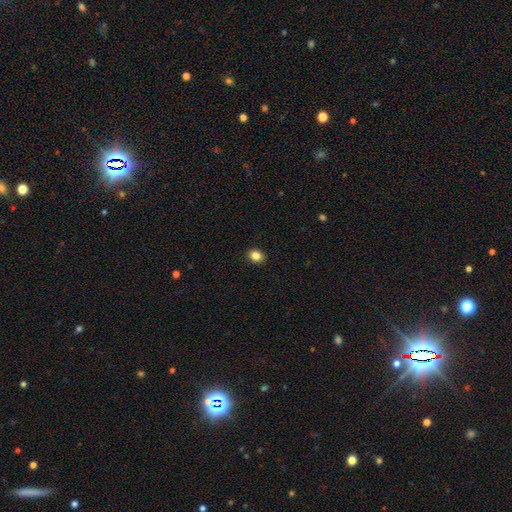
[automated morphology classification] This appears to be a smooth galaxy with no disk features (84%) that is round (58%). Merging: none (91%).